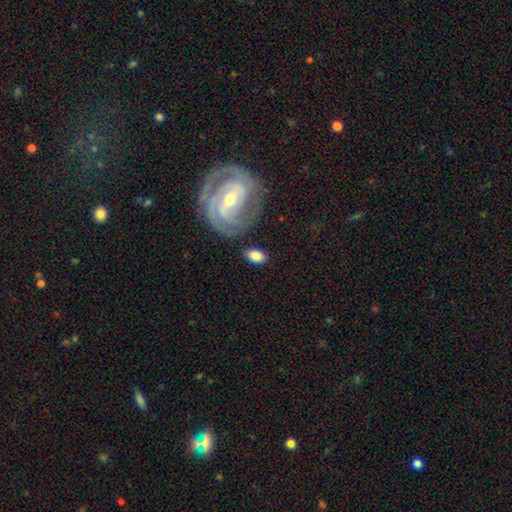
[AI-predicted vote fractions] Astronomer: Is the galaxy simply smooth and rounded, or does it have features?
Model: smooth — 75%.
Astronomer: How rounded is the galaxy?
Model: in between — 89%.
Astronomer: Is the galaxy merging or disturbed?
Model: none — 78%.